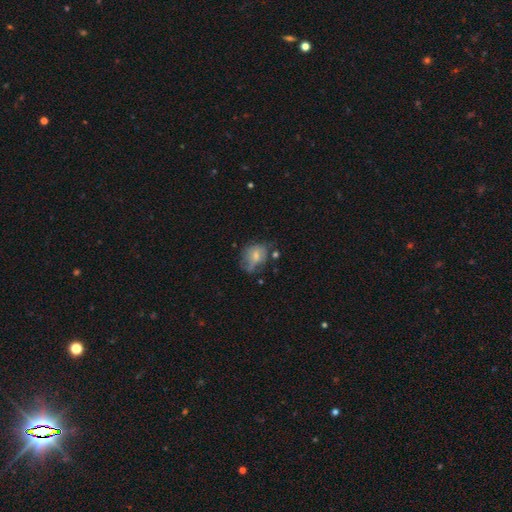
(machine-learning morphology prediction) A smooth galaxy with no disk features (54%) that is in between round and cigar-shaped (60%). Merging: none (41%).